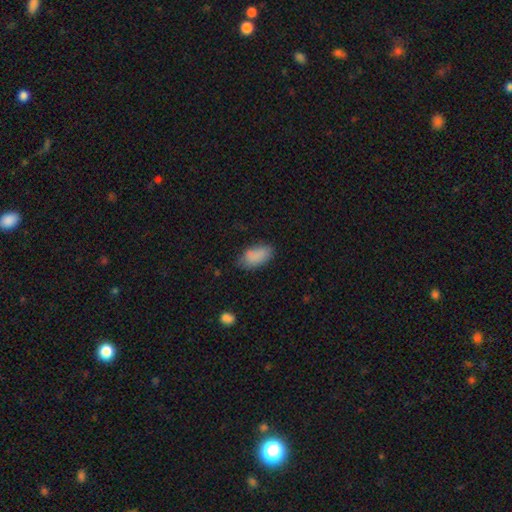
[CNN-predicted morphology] smooth-or-featured: smooth: 86% | star or artifact: 8% | featured or disk: 7%
  how-rounded: in between: 93% | round: 4% | cigar-shaped: 3%
  merging: none: 69% | minor disturbance: 23% | major disturbance: 6% | merger: 2%